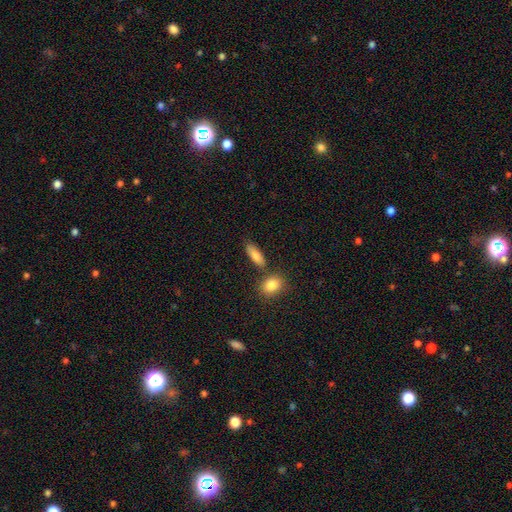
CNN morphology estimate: Overall: smooth (83%). How rounded: in between (61%; cigar-shaped 33%). Merging: none (73%).